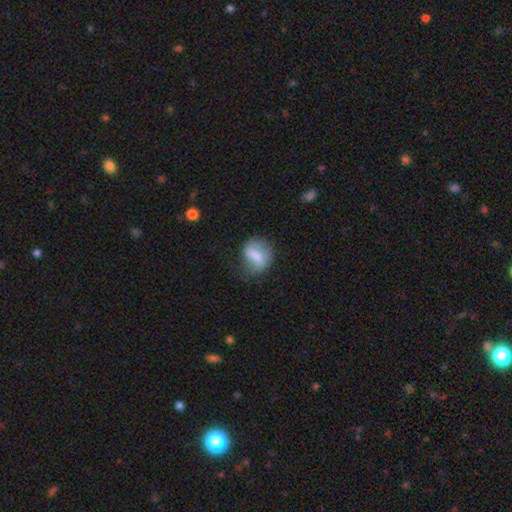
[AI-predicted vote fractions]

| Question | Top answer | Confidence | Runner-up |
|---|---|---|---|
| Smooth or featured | smooth | 51% | featured or disk (41%) |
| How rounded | round | 60% | in between (38%) |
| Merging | none | 57% | minor disturbance (26%) |